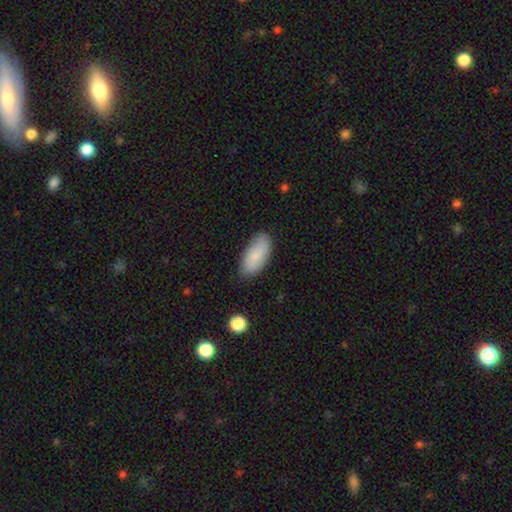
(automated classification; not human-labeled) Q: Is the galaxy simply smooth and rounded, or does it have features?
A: smooth — 84%.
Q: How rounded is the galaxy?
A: in between — 90%.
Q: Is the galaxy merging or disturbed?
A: none — 81%.